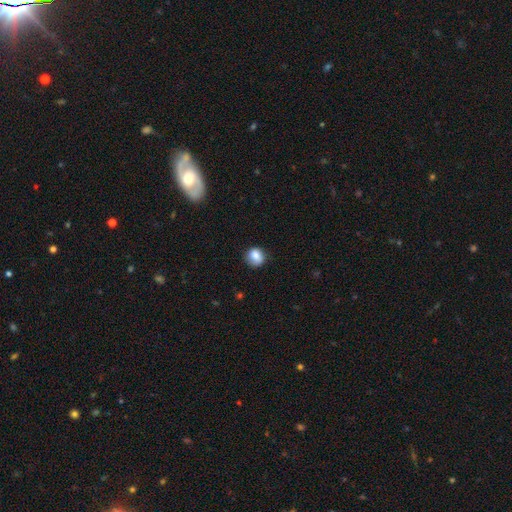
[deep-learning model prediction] A smooth galaxy with no disk features (80%) that is round (74%). Merging: none (70%).